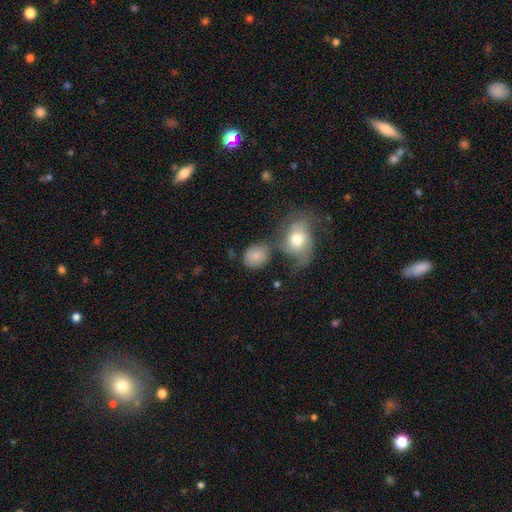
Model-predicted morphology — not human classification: type=smooth (76%); roundness=round (54%); merging=none (51%).